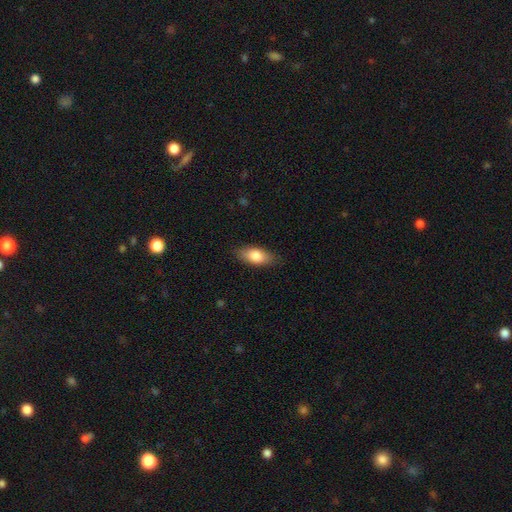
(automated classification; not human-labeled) A smooth galaxy with no disk features (81%) that is in between round and cigar-shaped (86%). Merging: none (84%).